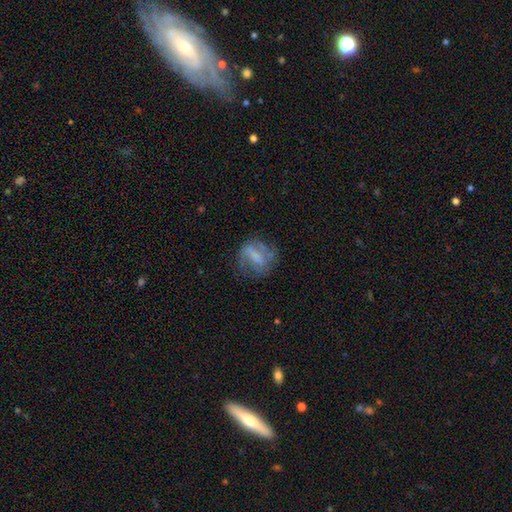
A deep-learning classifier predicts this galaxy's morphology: Q: Smooth or featured?
A: featured or disk (55%); runner-up: smooth (36%)
Q: Edge-on disk?
A: no (95%); runner-up: yes (5%)
Q: Bar?
A: strong (39%); runner-up: weak (38%)
Q: Spiral arms?
A: yes (56%); runner-up: no (44%)
Q: Bulge size?
A: none (46%); runner-up: small (23%)
Q: Merging?
A: none (55%); runner-up: minor disturbance (23%)